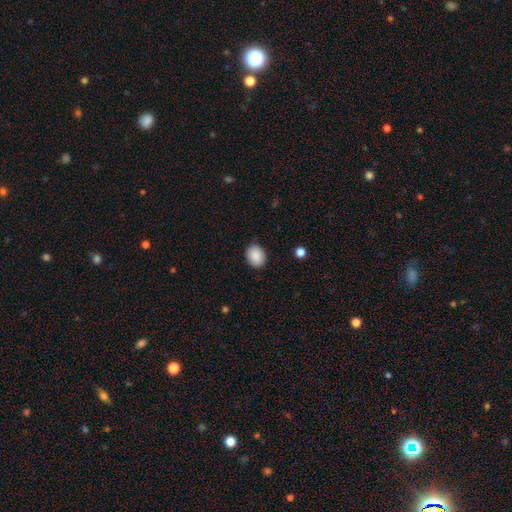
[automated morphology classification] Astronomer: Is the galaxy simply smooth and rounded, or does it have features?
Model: smooth — 89%.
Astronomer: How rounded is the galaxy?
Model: round — 52% (runner-up: in between, 47%).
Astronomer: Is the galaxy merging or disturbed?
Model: none — 86%.